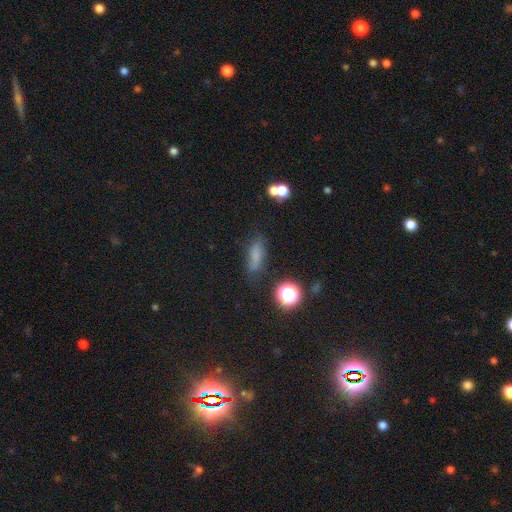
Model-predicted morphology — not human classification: smooth 69%, star or artifact 17%, featured or disk 14%. Down the decision tree: how rounded — in between (58%); merging — none (68%).